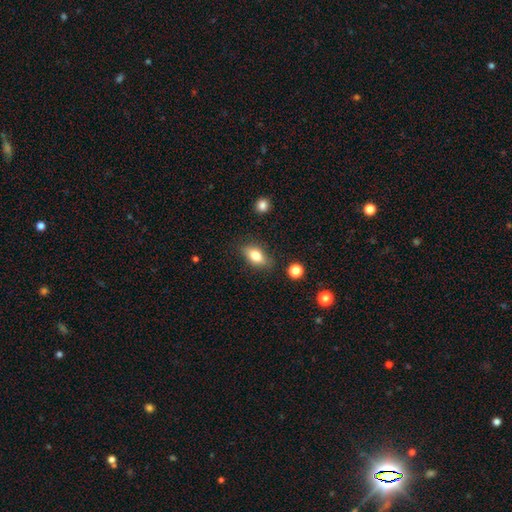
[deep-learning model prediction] Q: Smooth or featured?
A: smooth (75%); runner-up: featured or disk (16%)
Q: How rounded?
A: in between (84%); runner-up: round (9%)
Q: Merging?
A: none (81%); runner-up: minor disturbance (13%)